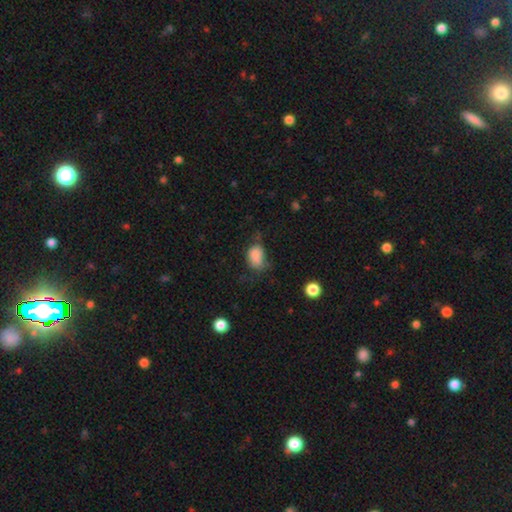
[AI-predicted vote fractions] Smooth or featured: smooth — 80% (star or artifact — 10%)
How rounded: in between — 74% (round — 25%)
Merging: none — 37% (minor disturbance — 35%)